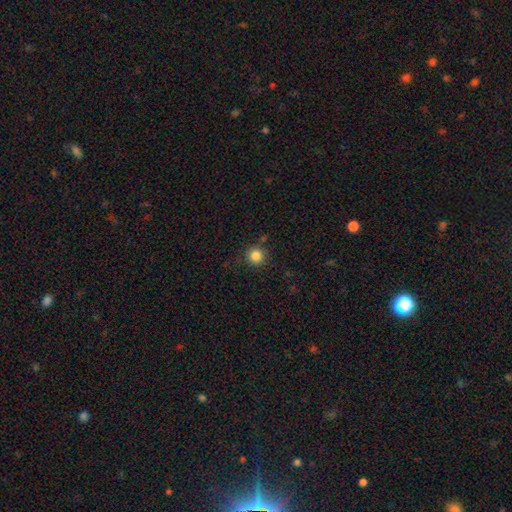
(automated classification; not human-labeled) Overall: smooth (84%). How rounded: round (94%). Merging: none (85%).